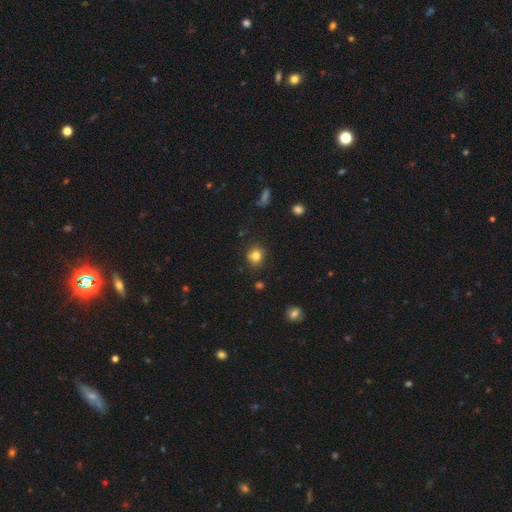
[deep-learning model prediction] The model was most divided on "how rounded": round: 76%, in between: 23%, cigar-shaped: 1%. More confident: smooth or featured — smooth (79%); merging — none (75%).